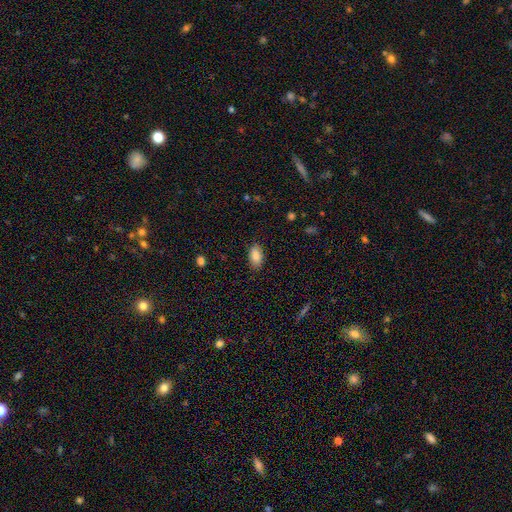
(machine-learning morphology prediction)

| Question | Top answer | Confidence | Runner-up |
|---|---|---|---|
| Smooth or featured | smooth | 85% | star or artifact (7%) |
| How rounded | in between | 93% | round (5%) |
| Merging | none | 86% | minor disturbance (10%) |